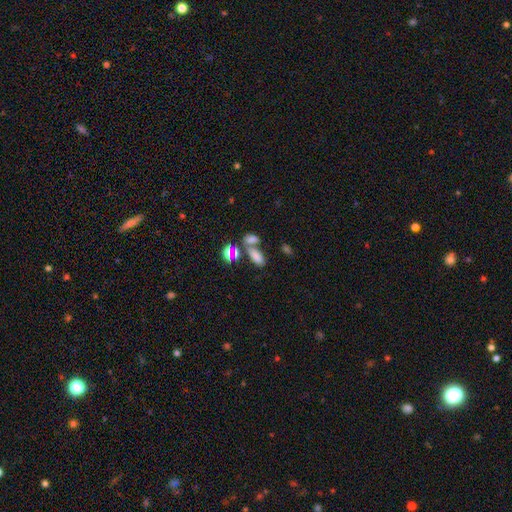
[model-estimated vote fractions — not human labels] A smooth galaxy with no disk features (71%) that is in between round and cigar-shaped (81%). Merging: merger (41%).